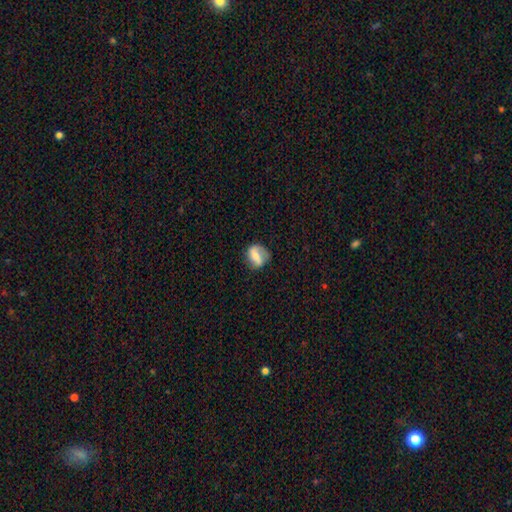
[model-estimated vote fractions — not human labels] This is possibly a featured or disk galaxy (46%, tied with smooth). Merging: likely none (64%).